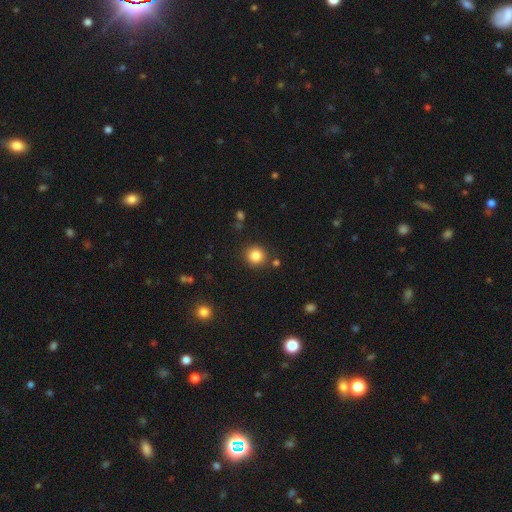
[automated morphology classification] Smooth or featured?
  - smooth: 84% *
  - star or artifact: 11%
  - featured or disk: 5%
How rounded?
  - round: 91% *
  - in between: 8%
  - cigar-shaped: 1%
Merging?
  - none: 86% *
  - minor disturbance: 7%
  - merger: 4%
  - major disturbance: 3%